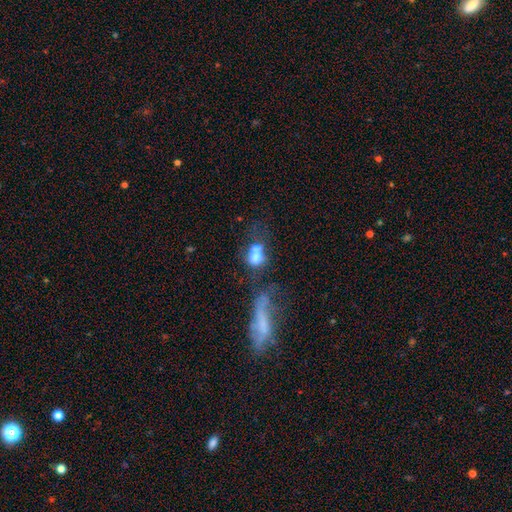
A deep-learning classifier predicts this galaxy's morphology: Smooth or featured? smooth (60%)
How rounded? in between (54%)
Merging? merger (52%)